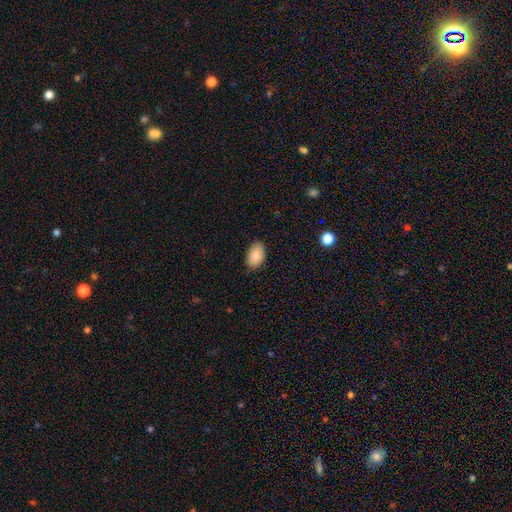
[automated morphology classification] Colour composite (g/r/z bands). It shows a smooth galaxy with no disk features (84%) that is in between round and cigar-shaped (90%). Merging: none (83%).